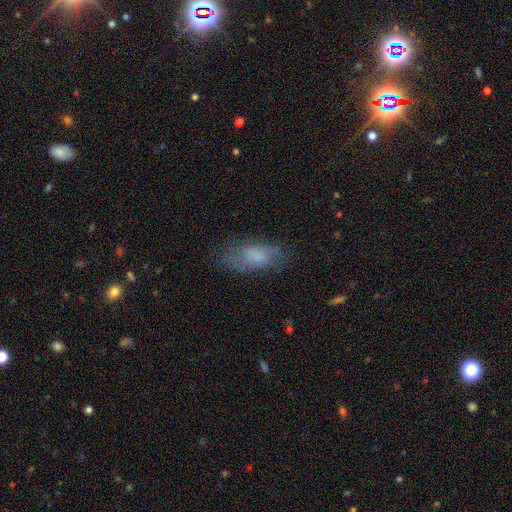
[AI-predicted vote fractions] This appears to be a smooth galaxy with no disk features (71%) that is in between round and cigar-shaped (84%). Merging: none (63%).